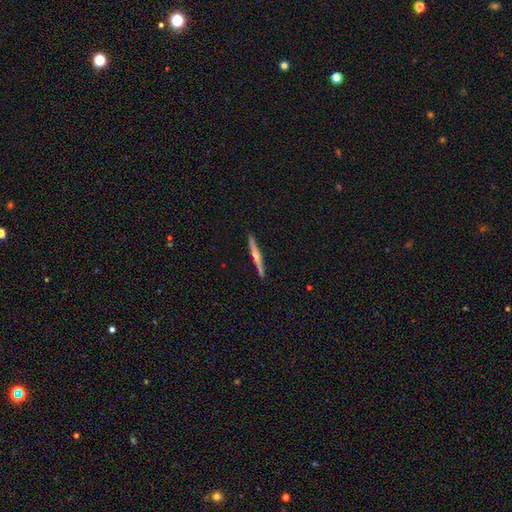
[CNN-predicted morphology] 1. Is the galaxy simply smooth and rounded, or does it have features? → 74% featured or disk, 21% smooth, 5% star or artifact.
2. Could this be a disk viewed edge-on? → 98% yes, 2% no.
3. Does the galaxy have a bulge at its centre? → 88% rounded, 8% none, 4% boxy.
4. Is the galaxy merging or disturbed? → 92% none, 6% minor disturbance, 1% major disturbance, 1% merger.